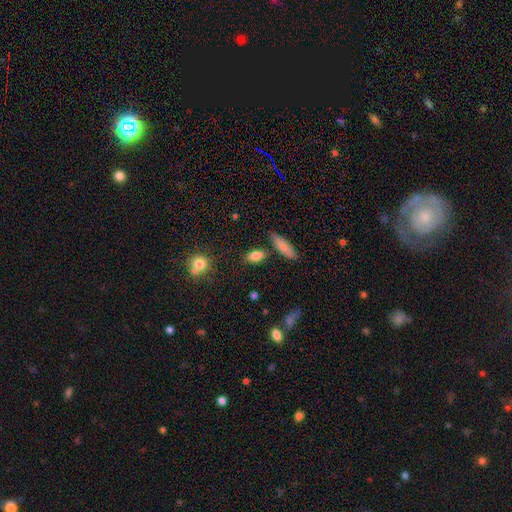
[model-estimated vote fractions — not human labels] Morphology: type=smooth (83%); roundness=in between (82%); merging=none (78%).